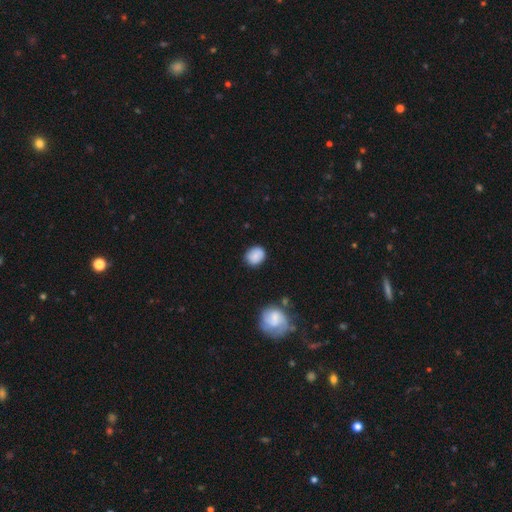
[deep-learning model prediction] smooth_or_featured: smooth (p=0.83) [alt: featured or disk p=0.09]
how_rounded: round (p=0.62) [alt: in between p=0.37]
merging: none (p=0.80) [alt: minor disturbance p=0.15]